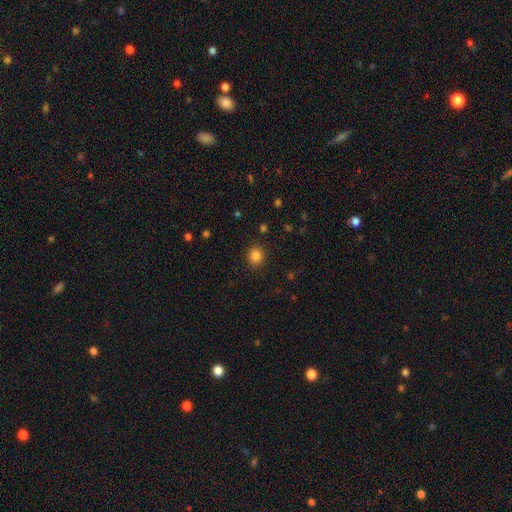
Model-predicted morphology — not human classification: A smooth galaxy with no disk features (84%) that is round (76%).

Vote fractions:
- Smooth or featured? smooth: 84% / star or artifact: 12% / featured or disk: 4%
- How rounded? round: 76% / in between: 23% / cigar-shaped: 1%
- Merging? none: 89% / minor disturbance: 8% / major disturbance: 3% / merger: 1%